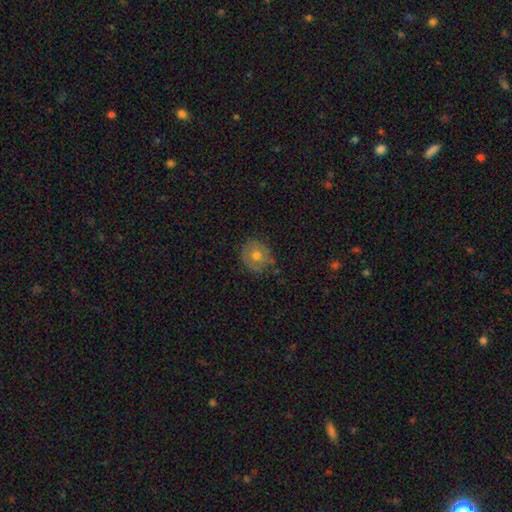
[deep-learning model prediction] smooth-or-featured: smooth: 56% | featured or disk: 33% | star or artifact: 10%
  how-rounded: round: 86% | in between: 13% | cigar-shaped: 1%
  merging: none: 81% | minor disturbance: 14% | major disturbance: 3% | merger: 2%